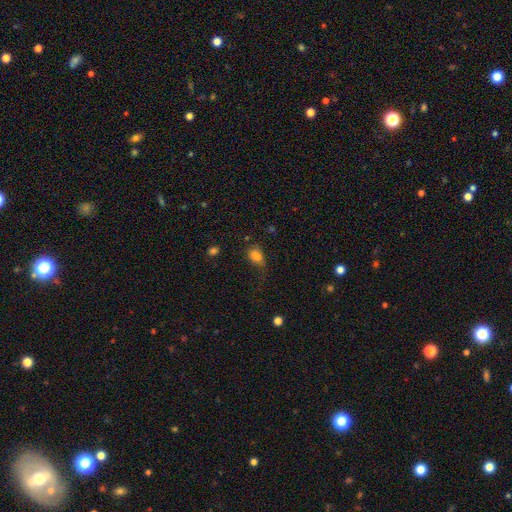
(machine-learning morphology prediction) smooth-or-featured: smooth: 76% | star or artifact: 13% | featured or disk: 11%
  how-rounded: in between: 68% | round: 30% | cigar-shaped: 2%
  merging: none: 32% | major disturbance: 30% | minor disturbance: 26% | merger: 13%